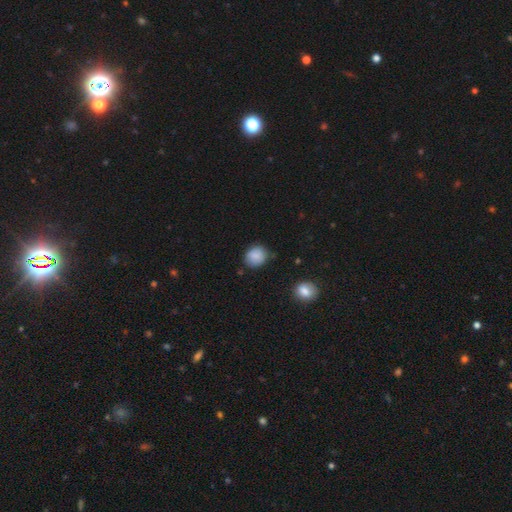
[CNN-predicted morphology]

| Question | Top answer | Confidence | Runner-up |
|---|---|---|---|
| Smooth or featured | smooth | 87% | star or artifact (8%) |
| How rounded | round | 72% | in between (27%) |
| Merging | none | 75% | minor disturbance (19%) |